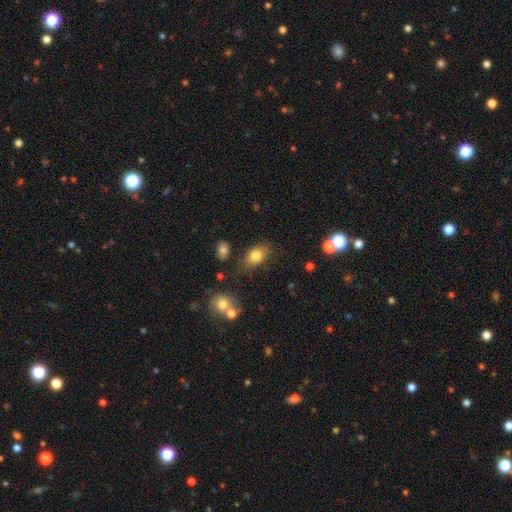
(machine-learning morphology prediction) Smooth or featured?
  - smooth: 81% *
  - featured or disk: 9%
  - star or artifact: 9%
How rounded?
  - in between: 85% *
  - round: 13%
  - cigar-shaped: 2%
Merging?
  - none: 71% *
  - minor disturbance: 18%
  - major disturbance: 6%
  - merger: 5%